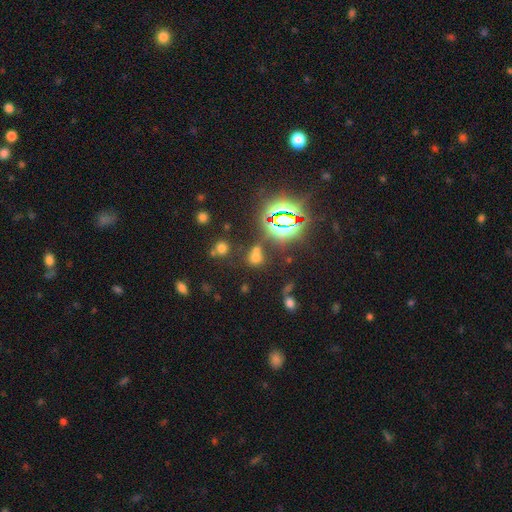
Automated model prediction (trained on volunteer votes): smooth_or_featured: smooth (p=0.47) [alt: star or artifact p=0.44]
merging: none (p=0.57) [alt: merger p=0.26]